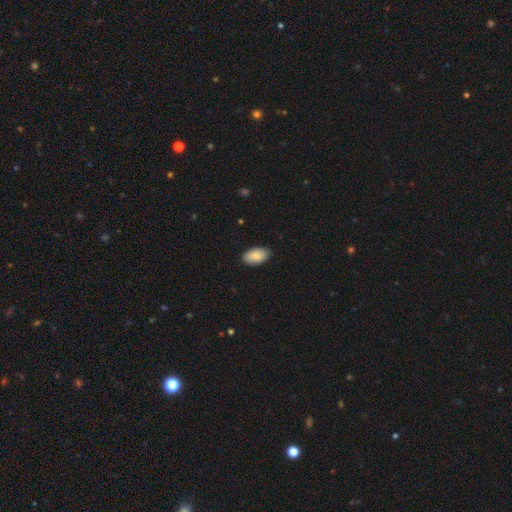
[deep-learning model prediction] A smooth galaxy with no disk features (88%) that is in between round and cigar-shaped (95%). Merging: none (88%).